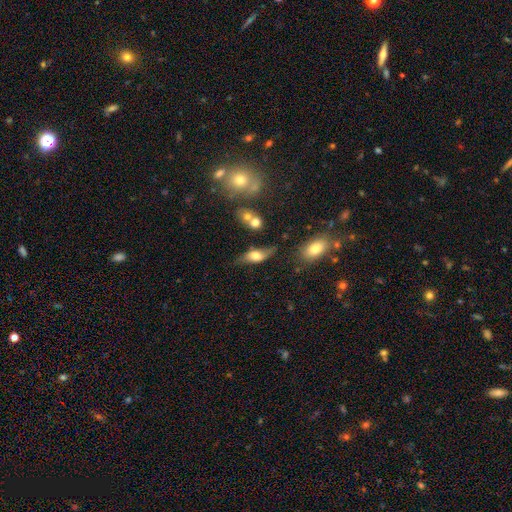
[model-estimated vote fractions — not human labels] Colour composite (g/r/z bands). It shows a smooth galaxy with no disk features (51%) that is in between round and cigar-shaped (73%). Merging: none (55%).